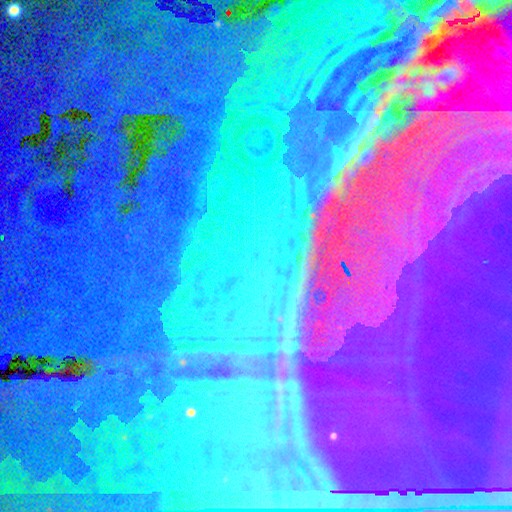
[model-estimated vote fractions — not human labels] This is clearly a star or artifact rather than a galaxy (85%).